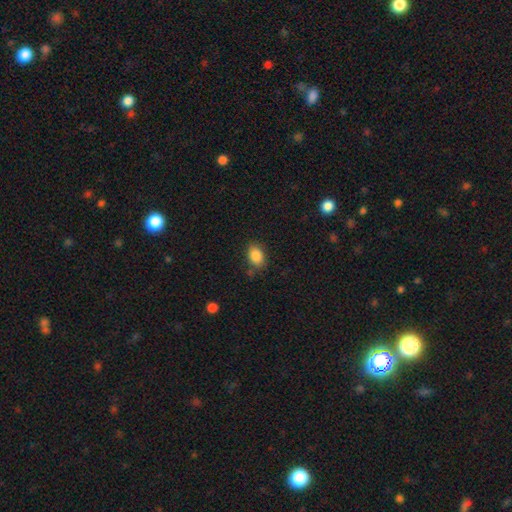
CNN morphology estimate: Smooth or featured? smooth (86%)
How rounded? in between (77%)
Merging? none (79%)